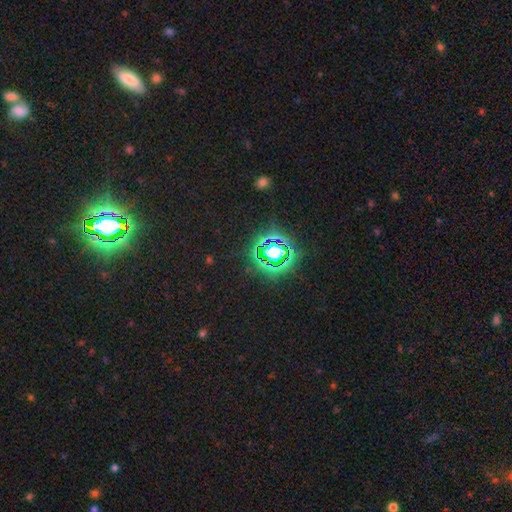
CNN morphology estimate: type=star or artifact (80%).